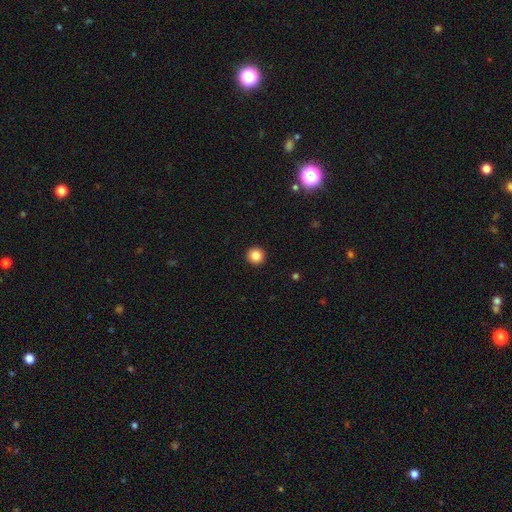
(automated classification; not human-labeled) The model was most divided on "smooth or featured": smooth: 85%, star or artifact: 10%, featured or disk: 5%. More confident: how rounded — round (96%); merging — none (94%).